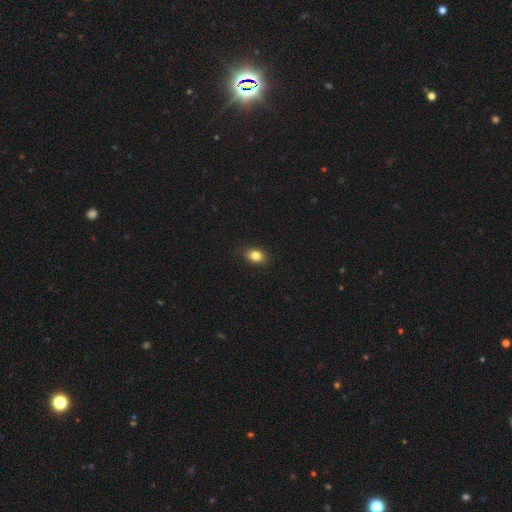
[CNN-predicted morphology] smooth_or_featured: smooth (p=0.84) [alt: star or artifact p=0.10]
how_rounded: in between (p=0.73) [alt: round p=0.26]
merging: none (p=0.86) [alt: minor disturbance p=0.10]